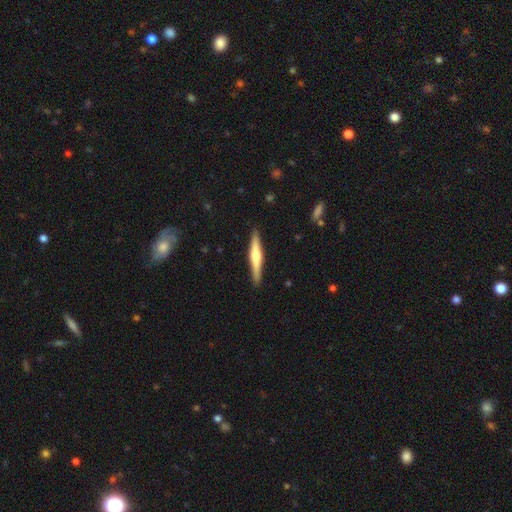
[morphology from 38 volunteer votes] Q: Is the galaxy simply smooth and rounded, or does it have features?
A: smooth — 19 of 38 (50%).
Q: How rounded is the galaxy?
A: cigar-shaped — 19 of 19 (100%).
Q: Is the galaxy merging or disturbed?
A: none — 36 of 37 (97%).